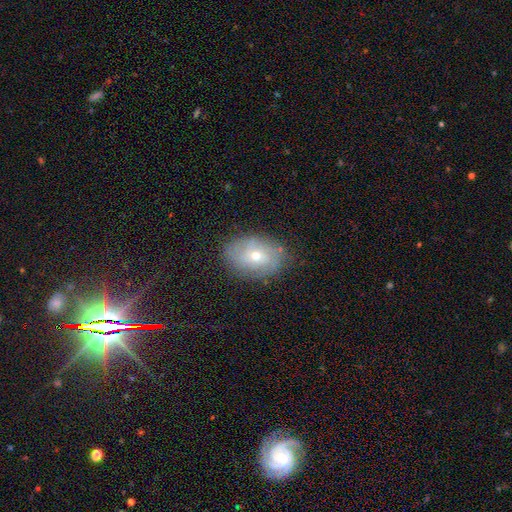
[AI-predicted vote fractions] This appears to be a featured or disk galaxy (51%). Merging: none (79%).